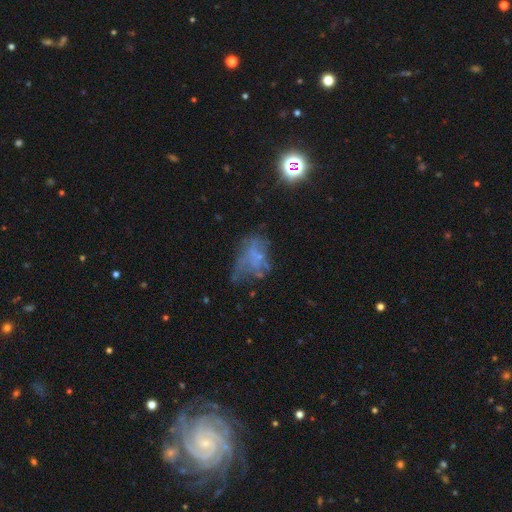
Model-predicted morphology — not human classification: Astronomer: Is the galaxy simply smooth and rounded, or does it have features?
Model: featured or disk — 42% (runner-up: smooth, 34%).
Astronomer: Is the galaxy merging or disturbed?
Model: none — 36% (runner-up: major disturbance, 33%).